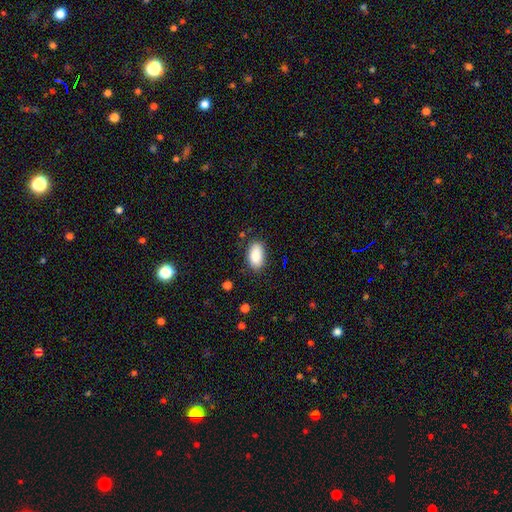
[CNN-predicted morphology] This appears to be a smooth galaxy with no disk features (89%) that is in between round and cigar-shaped (94%). Merging: none (80%).